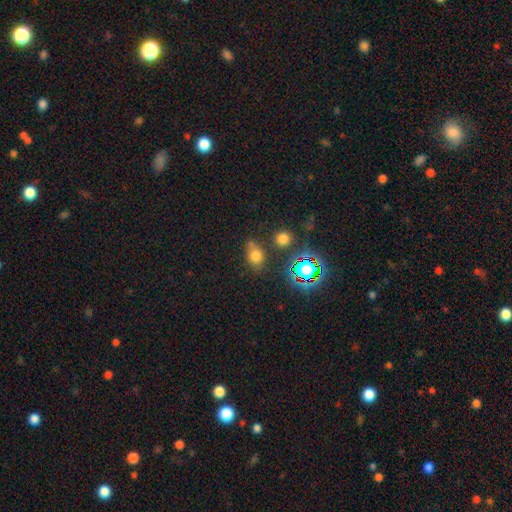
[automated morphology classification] smooth 69%, star or artifact 21%, featured or disk 10%. Down the decision tree: how rounded — in between (60%); merging — none (60%).